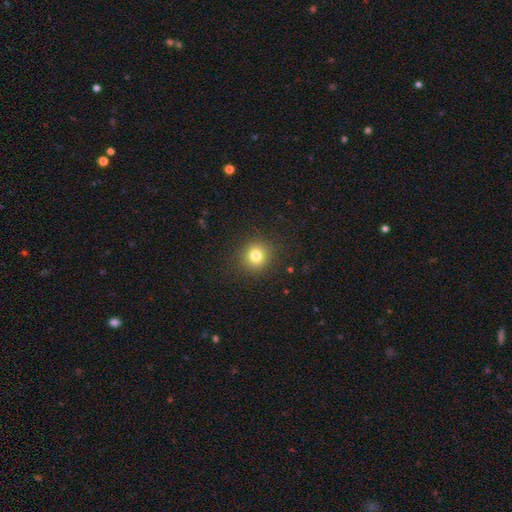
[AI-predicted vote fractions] Overall: smooth (80%). How rounded: round (89%). Merging: none (90%).